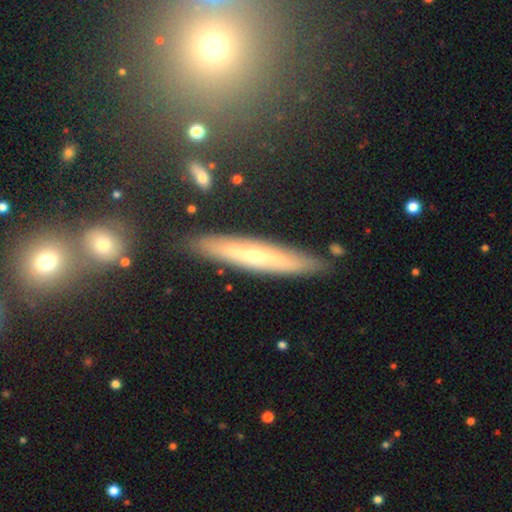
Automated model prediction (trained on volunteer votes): The model was most divided on "smooth or featured": featured or disk: 62%, smooth: 29%, star or artifact: 8%. More confident: merging — none (86%); edge-on disk — yes (80%).